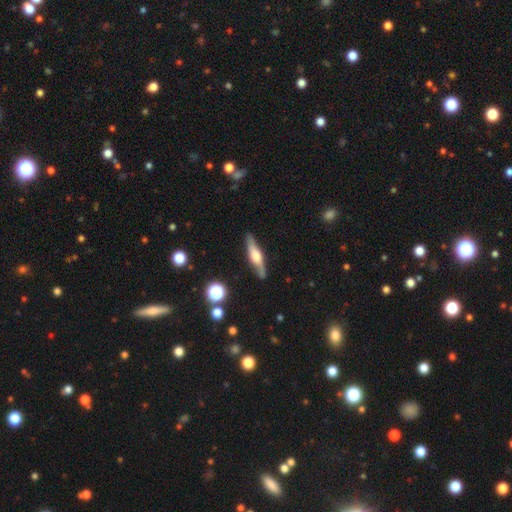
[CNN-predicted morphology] Smooth or featured: featured or disk — 63% (smooth — 31%)
Edge-on disk: yes — 87% (no — 13%)
Edge-on bulge: rounded — 82% (boxy — 13%)
Merging: none — 83% (minor disturbance — 12%)